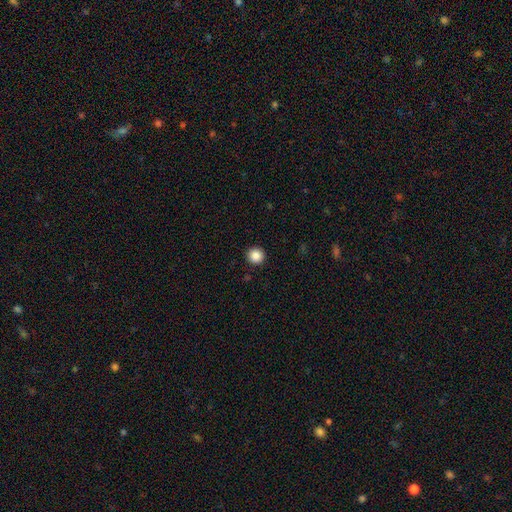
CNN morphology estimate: A smooth galaxy with no disk features (87%) that is round (95%). Merging: none (93%).